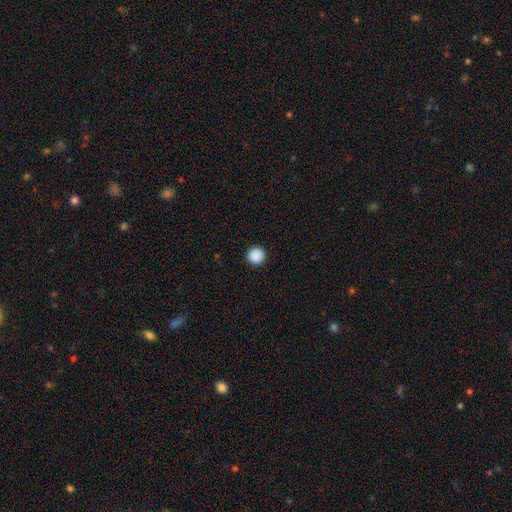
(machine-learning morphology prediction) This appears to be a smooth galaxy with no disk features (89%) that is round (96%). Merging: none (94%).